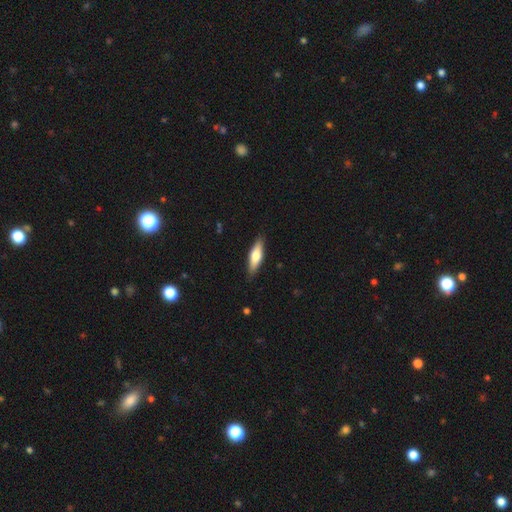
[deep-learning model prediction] Smooth or featured? smooth (61%)
How rounded? cigar-shaped (56%)
Merging? none (87%)